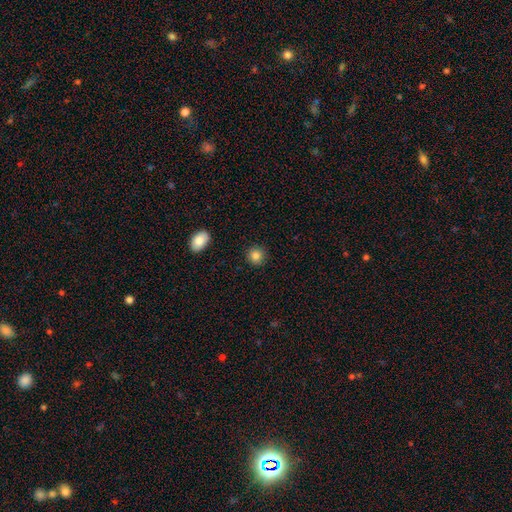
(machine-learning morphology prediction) Smooth or featured? Predicted: smooth (p=0.84). How rounded? Predicted: round (p=0.90). Merging? Predicted: none (p=0.91).